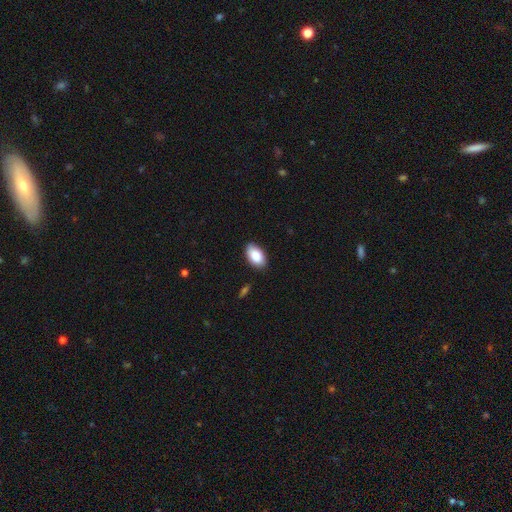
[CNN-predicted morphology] smooth-or-featured: smooth: 85% | featured or disk: 8% | star or artifact: 7%
  how-rounded: in between: 94% | round: 4% | cigar-shaped: 2%
  merging: none: 86% | minor disturbance: 11% | major disturbance: 2% | merger: 1%